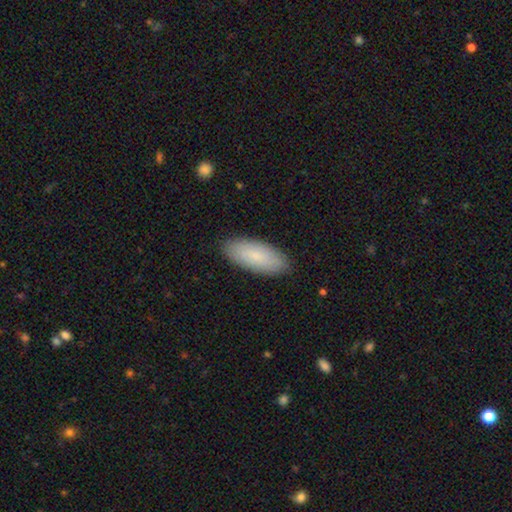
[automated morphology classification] Overall: smooth (83%). How rounded: in between (84%). Merging: none (88%).